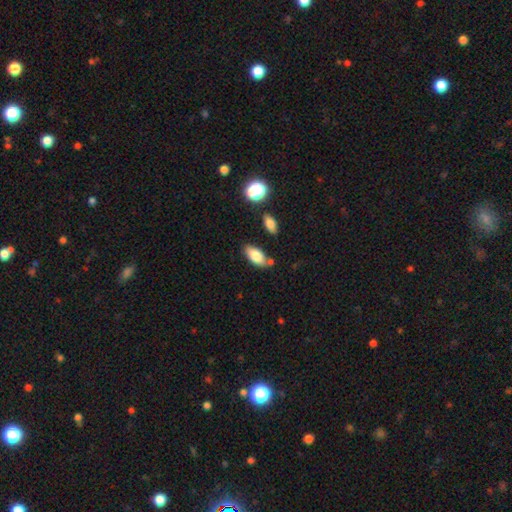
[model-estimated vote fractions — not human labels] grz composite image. It shows a smooth galaxy with no disk features (81%) that is in between round and cigar-shaped (90%). Merging: none (74%).